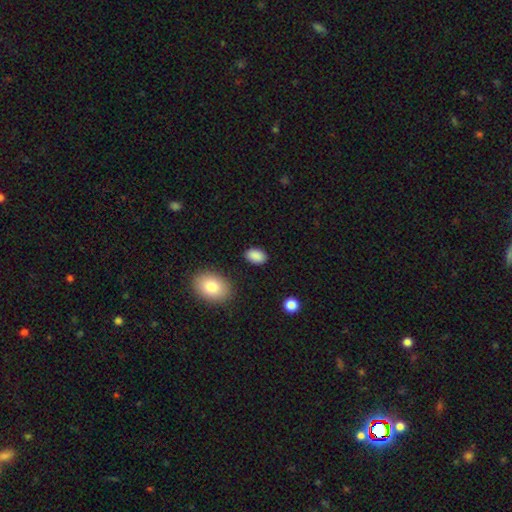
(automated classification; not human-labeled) A smooth galaxy with no disk features (89%) that is in between round and cigar-shaped (87%). Merging: none (87%).